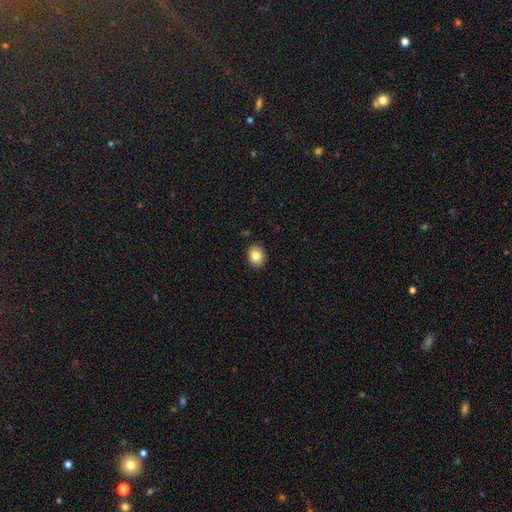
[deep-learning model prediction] This appears to be a smooth galaxy with no disk features (82%) that is round (50%). Merging: none (89%).